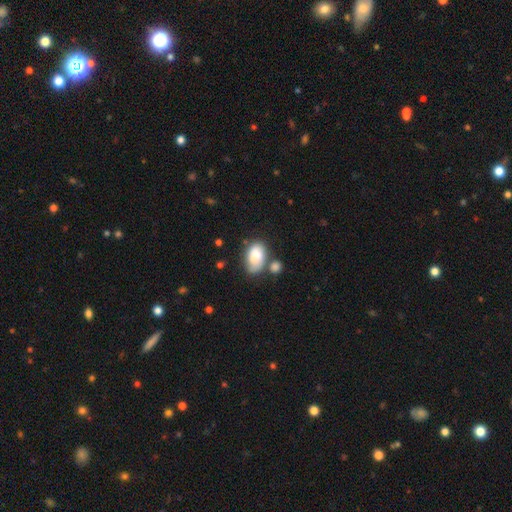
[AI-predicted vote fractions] The model was most divided on "merging": none: 45%, minor disturbance: 24%, merger: 23%, major disturbance: 9%. More confident: how rounded — in between (91%); smooth or featured — smooth (80%).